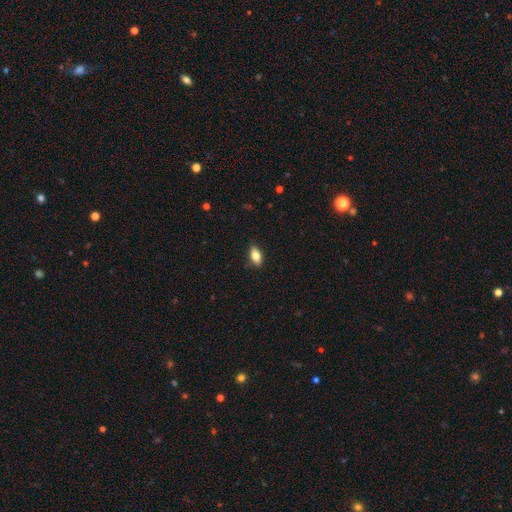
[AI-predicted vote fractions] smooth-or-featured: smooth: 79% | featured or disk: 13% | star or artifact: 8%
  how-rounded: in between: 87% | cigar-shaped: 8% | round: 5%
  merging: none: 84% | minor disturbance: 13% | major disturbance: 2% | merger: 1%